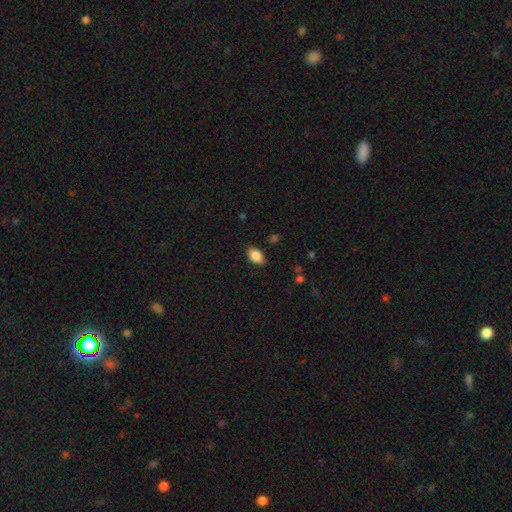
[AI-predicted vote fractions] smooth-or-featured: smooth: 86% | star or artifact: 8% | featured or disk: 6%
  how-rounded: in between: 90% | round: 8% | cigar-shaped: 2%
  merging: none: 85% | minor disturbance: 11% | major disturbance: 2% | merger: 1%